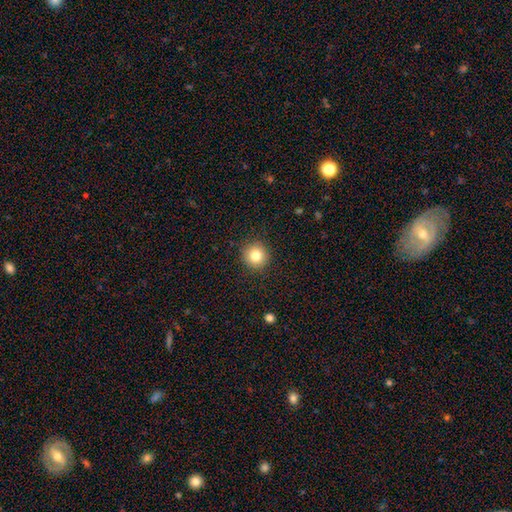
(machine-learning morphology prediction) smooth-or-featured: smooth: 81% | star or artifact: 11% | featured or disk: 8%
  how-rounded: round: 94% | in between: 5% | cigar-shaped: 1%
  merging: none: 91% | minor disturbance: 6% | major disturbance: 2% | merger: 1%